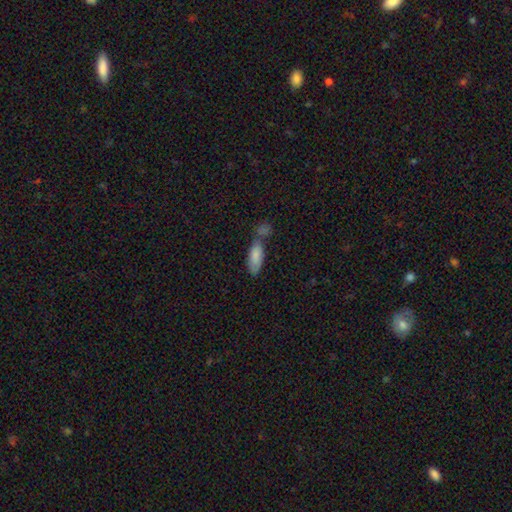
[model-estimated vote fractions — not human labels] Q: Smooth or featured?
A: smooth (83%); runner-up: featured or disk (10%)
Q: How rounded?
A: in between (74%); runner-up: cigar-shaped (24%)
Q: Merging?
A: none (48%); runner-up: merger (29%)